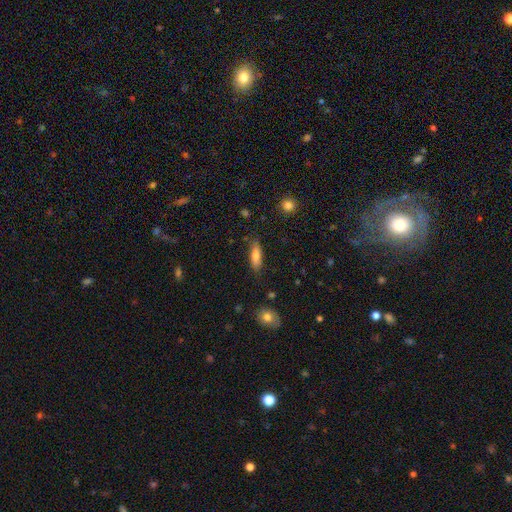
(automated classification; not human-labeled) A smooth galaxy with no disk features (76%) that is in between round and cigar-shaped (52%).

Vote fractions:
- Smooth or featured? smooth: 76% / featured or disk: 17% / star or artifact: 7%
- How rounded? in between: 52% / cigar-shaped: 46% / round: 2%
- Merging? none: 81% / minor disturbance: 14% / major disturbance: 3% / merger: 2%